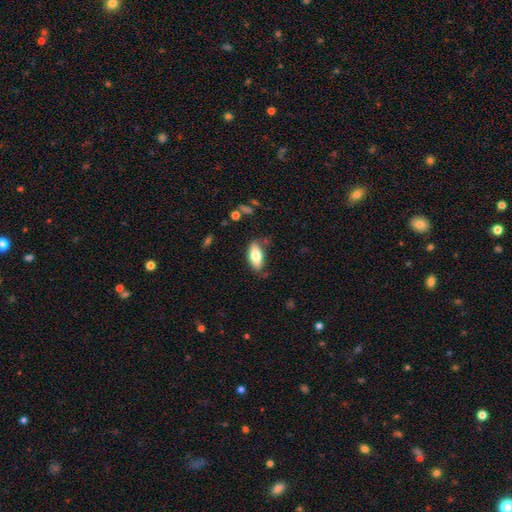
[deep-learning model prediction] Q: Smooth or featured?
A: smooth (75%); runner-up: featured or disk (18%)
Q: How rounded?
A: in between (83%); runner-up: cigar-shaped (14%)
Q: Merging?
A: none (74%); runner-up: minor disturbance (18%)